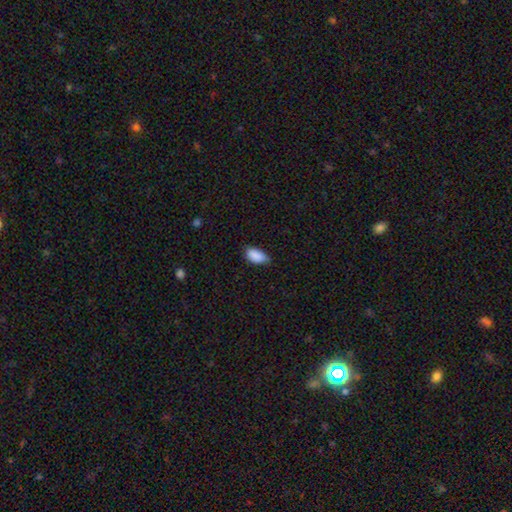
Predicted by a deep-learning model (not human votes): A smooth galaxy with no disk features (89%) that is in between round and cigar-shaped (93%). Merging: none (63%).